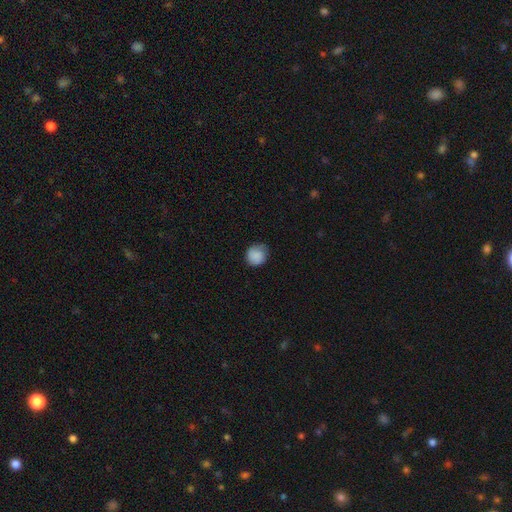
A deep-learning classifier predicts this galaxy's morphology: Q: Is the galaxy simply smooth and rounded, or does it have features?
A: smooth — 83%.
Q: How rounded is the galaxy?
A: round — 84%.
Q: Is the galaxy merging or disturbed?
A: none — 73%.